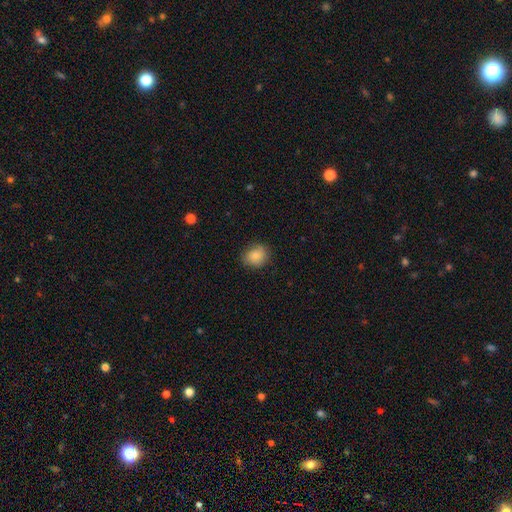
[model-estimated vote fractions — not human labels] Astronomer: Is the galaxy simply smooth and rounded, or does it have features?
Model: smooth — 86%.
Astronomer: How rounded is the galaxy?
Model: round — 61% (runner-up: in between, 38%).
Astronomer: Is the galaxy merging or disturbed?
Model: none — 82%.